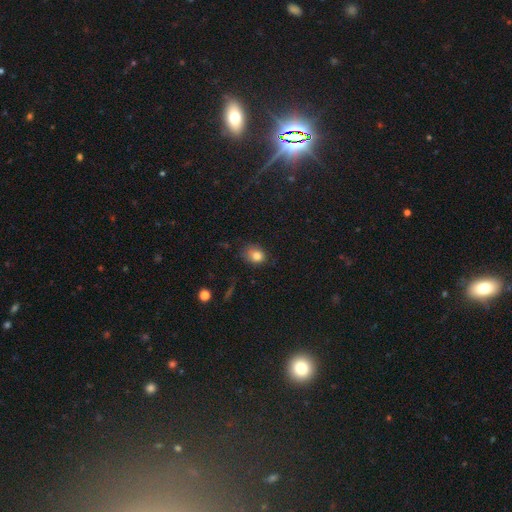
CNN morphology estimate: This is likely a smooth galaxy (80%). How rounded: possibly in between (50%). Merging: likely none (61%).